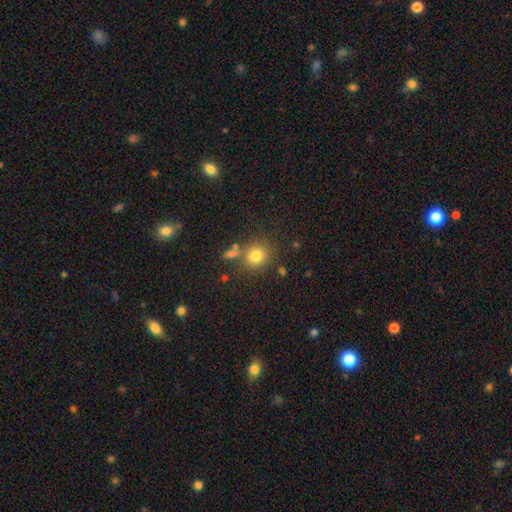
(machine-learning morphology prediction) Smooth or featured: smooth — 78% (star or artifact — 13%)
How rounded: round — 81% (in between — 18%)
Merging: none — 74% (merger — 11%)